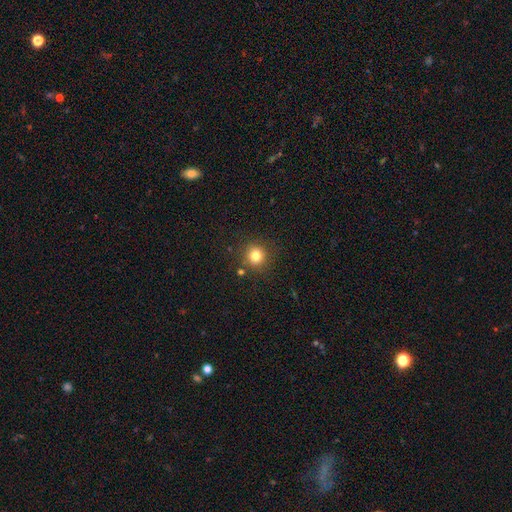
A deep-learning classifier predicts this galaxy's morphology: smooth-or-featured: smooth: 80% | star or artifact: 14% | featured or disk: 6%
  how-rounded: round: 92% | in between: 7% | cigar-shaped: 1%
  merging: none: 85% | minor disturbance: 8% | merger: 4% | major disturbance: 3%